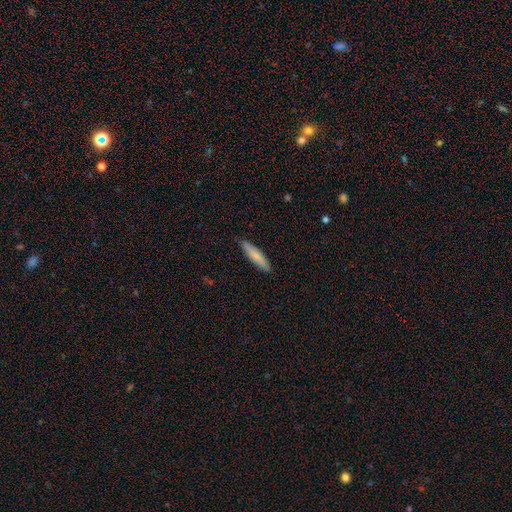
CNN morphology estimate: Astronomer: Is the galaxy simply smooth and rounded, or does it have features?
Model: smooth — 77%.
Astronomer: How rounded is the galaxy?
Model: cigar-shaped — 79%.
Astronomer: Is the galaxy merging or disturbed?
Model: none — 86%.